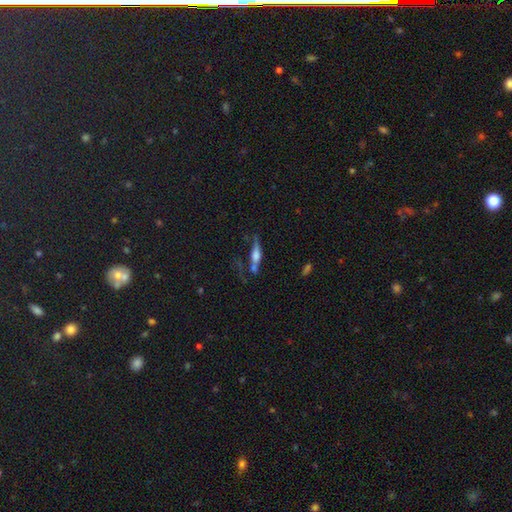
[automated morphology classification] smooth-or-featured: featured or disk: 53% | smooth: 36% | star or artifact: 11%
  disk-edge-on: yes: 83% | no: 17%
  merging: none: 45% | minor disturbance: 20% | merger: 18% | major disturbance: 18%